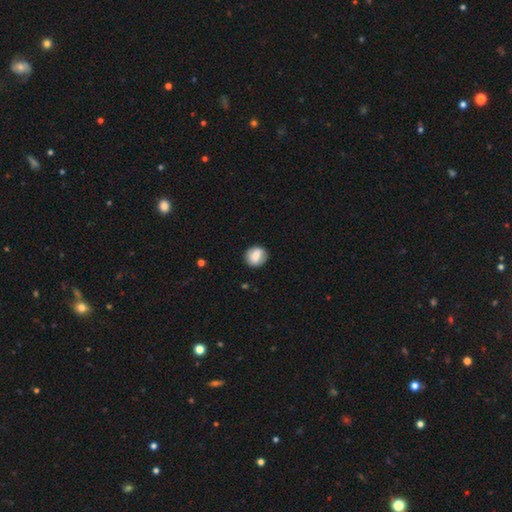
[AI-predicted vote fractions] Smooth or featured? Predicted: smooth (p=0.72). How rounded? Predicted: round (p=0.78). Merging? Predicted: none (p=0.85).